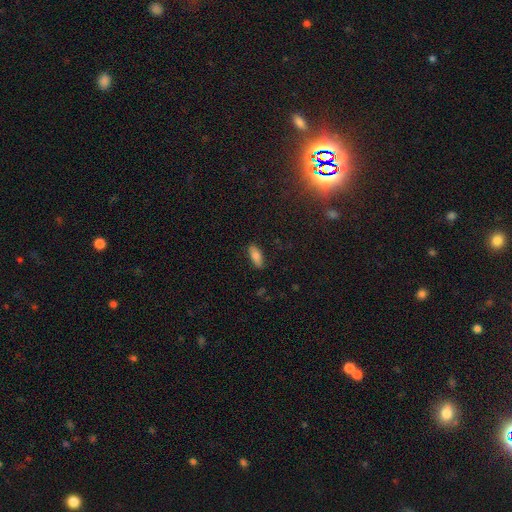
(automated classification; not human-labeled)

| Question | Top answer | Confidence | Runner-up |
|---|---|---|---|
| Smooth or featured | smooth | 79% | featured or disk (13%) |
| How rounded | in between | 75% | cigar-shaped (23%) |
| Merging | none | 86% | minor disturbance (11%) |